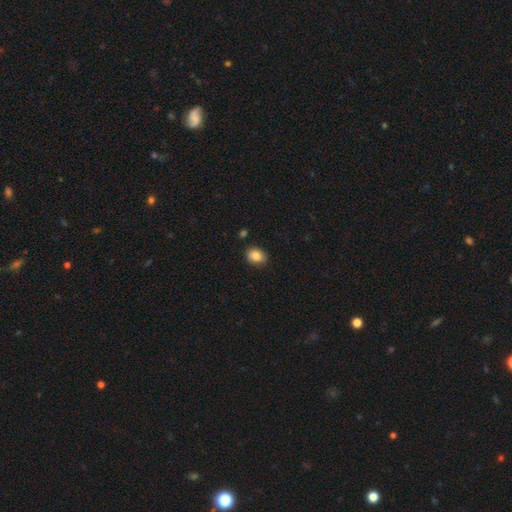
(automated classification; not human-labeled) A smooth galaxy with no disk features (84%) that is in between round and cigar-shaped (62%). Merging: none (86%).